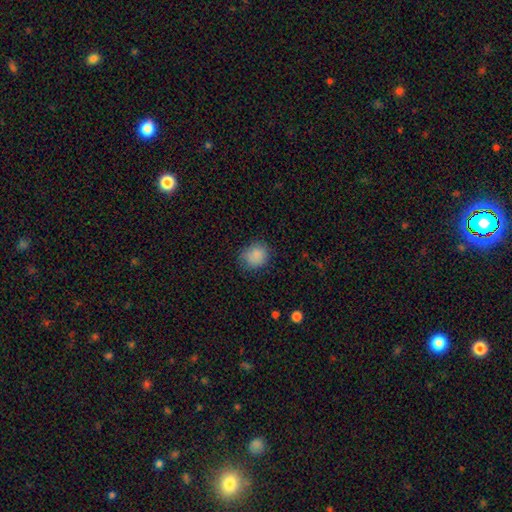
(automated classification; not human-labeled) This appears to be a smooth galaxy with no disk features (86%) that is round (72%). Merging: none (76%).